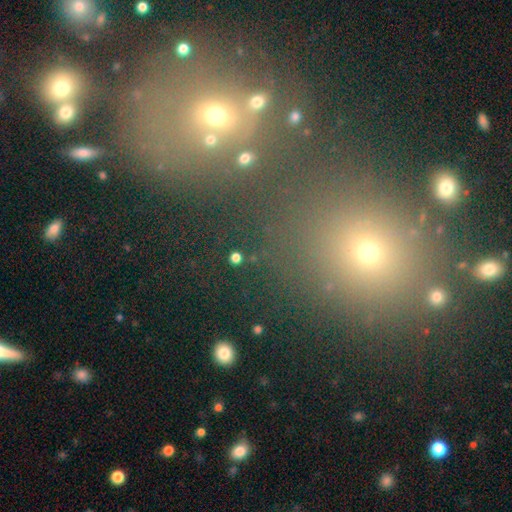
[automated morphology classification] Smooth or featured? star or artifact (46%)